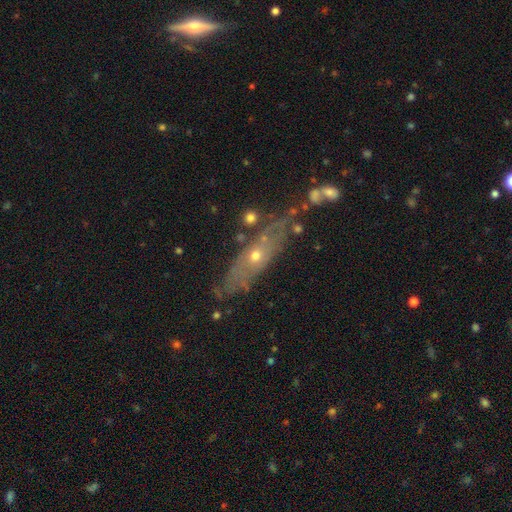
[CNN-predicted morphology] smooth-or-featured: featured or disk: 59% | smooth: 30% | star or artifact: 11%
  disk-edge-on: no: 65% | yes: 35%
  merging: none: 63% | minor disturbance: 22% | major disturbance: 9% | merger: 6%